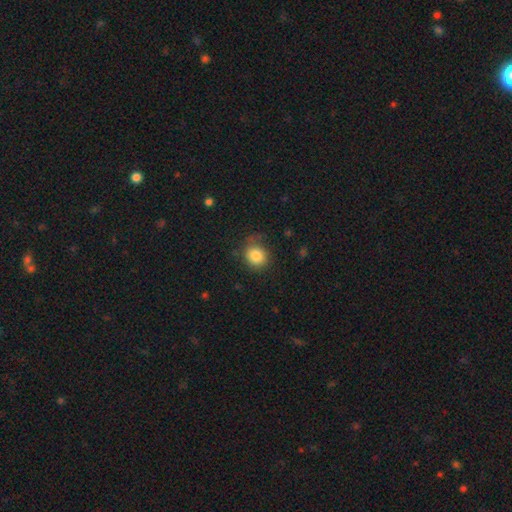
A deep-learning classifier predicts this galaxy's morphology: type=smooth (84%); roundness=round (79%); merging=none (73%).